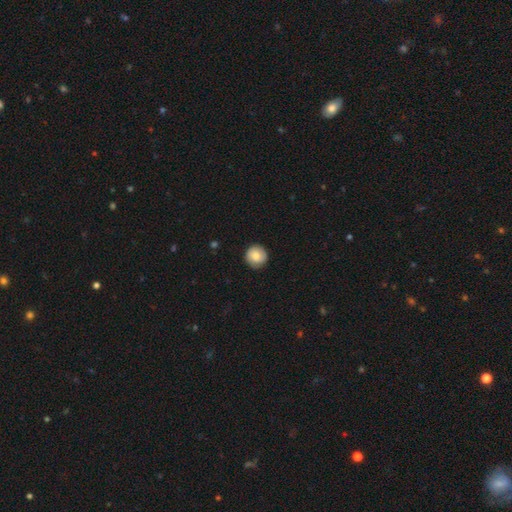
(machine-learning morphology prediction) Smooth or featured? Predicted: smooth (p=0.79). How rounded? Predicted: round (p=0.93). Merging? Predicted: none (p=0.86).